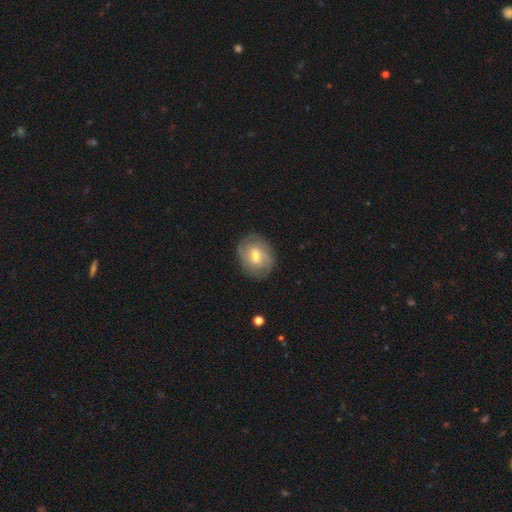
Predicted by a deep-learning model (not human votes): A smooth galaxy with no disk features (47%). Merging: none (80%).